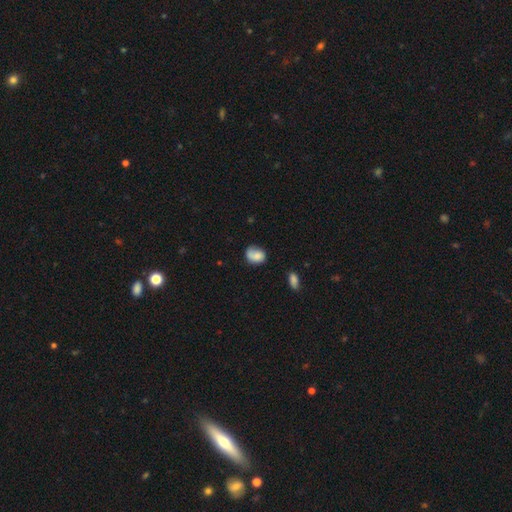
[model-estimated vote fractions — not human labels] Morphology: type=smooth (70%); roundness=in between (61%); merging=none (47%).